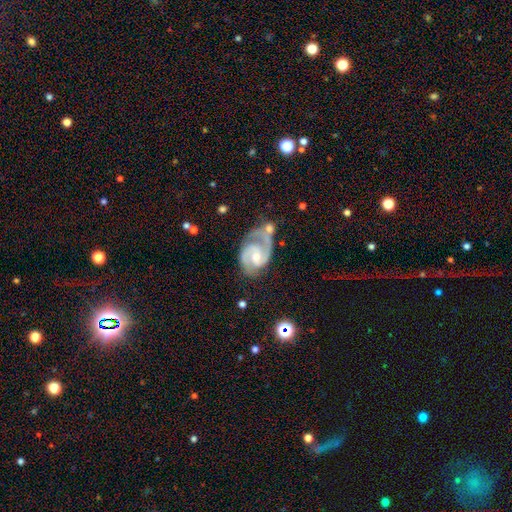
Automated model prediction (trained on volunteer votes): smooth-or-featured: featured or disk: 89% | smooth: 6% | star or artifact: 5%
  disk-edge-on: no: 98% | yes: 2%
    bar: weak: 50% | no: 40% | strong: 10%
    has-spiral-arms: yes: 97% | no: 3%
      spiral-winding: medium: 56% | tight: 32% | loose: 13%
      spiral-arm-count: 2: 87% | 1: 5% | can't tell: 4% | 3: 3% | 4: 1% | more than 4: 1%
    bulge-size: moderate: 48% | small: 38% | none: 8% | large: 5% | dominant: 1%
  merging: none: 45% | minor disturbance: 22% | merger: 19% | major disturbance: 14%